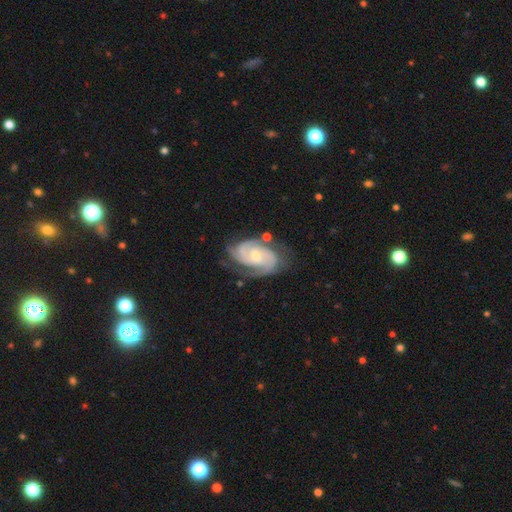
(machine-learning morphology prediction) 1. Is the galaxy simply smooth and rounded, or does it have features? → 89% featured or disk, 7% smooth, 5% star or artifact.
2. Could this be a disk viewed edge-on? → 97% no, 3% yes.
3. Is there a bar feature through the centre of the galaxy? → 49% no, 41% weak, 10% strong.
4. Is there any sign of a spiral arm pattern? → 98% yes, 2% no.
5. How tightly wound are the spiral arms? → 61% tight, 33% medium, 6% loose.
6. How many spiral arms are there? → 54% 2, 25% 3, 12% can't tell, 4% 4, 3% 1, 3% more than 4.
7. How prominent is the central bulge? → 51% moderate, 44% small, 2% large, 2% none, 1% dominant.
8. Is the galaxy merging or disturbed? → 66% none, 22% minor disturbance, 8% major disturbance, 4% merger.